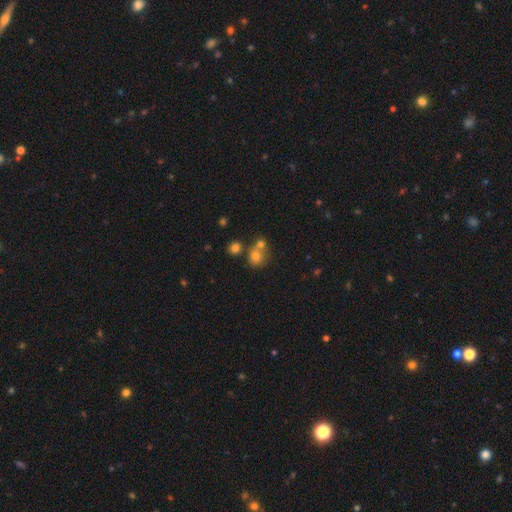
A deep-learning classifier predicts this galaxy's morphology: The model was most divided on "merging": none: 44%, merger: 42%, minor disturbance: 9%, major disturbance: 4%. More confident: how rounded — round (73%); smooth or featured — smooth (72%).